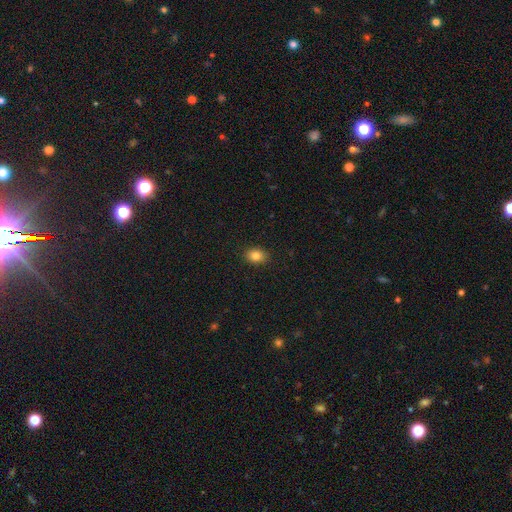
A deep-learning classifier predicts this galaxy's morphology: Q: Smooth or featured?
A: smooth (84%); runner-up: star or artifact (10%)
Q: How rounded?
A: in between (66%); runner-up: round (33%)
Q: Merging?
A: none (90%); runner-up: minor disturbance (7%)